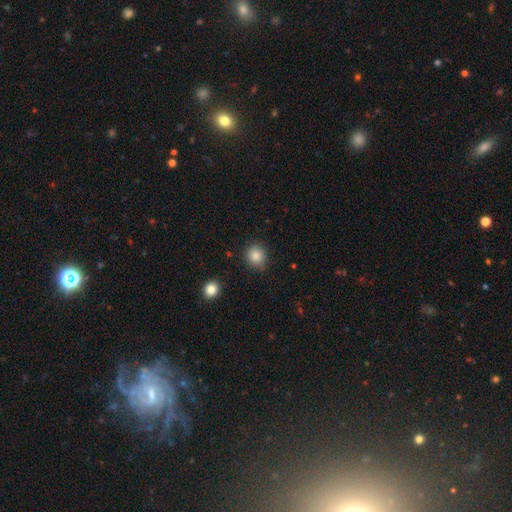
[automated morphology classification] Smooth or featured?
  - smooth: 86% *
  - star or artifact: 10%
  - featured or disk: 4%
How rounded?
  - round: 84% *
  - in between: 15%
  - cigar-shaped: 1%
Merging?
  - none: 85% *
  - minor disturbance: 11%
  - major disturbance: 3%
  - merger: 2%